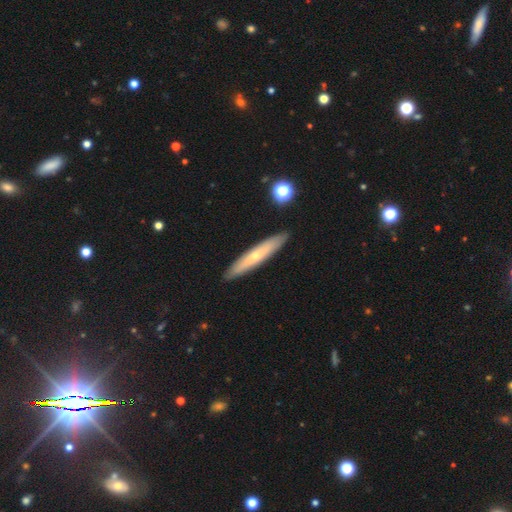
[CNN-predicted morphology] featured or disk 48%, smooth 46%, star or artifact 6%. Down the decision tree: merging — none (90%).